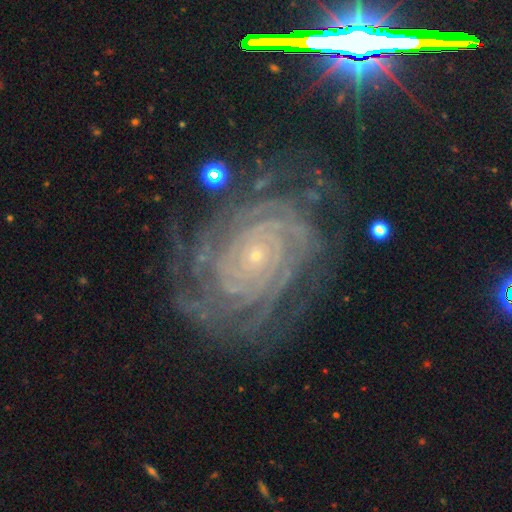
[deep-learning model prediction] smooth_or_featured: featured or disk (p=0.84) [alt: star or artifact p=0.10]
disk_edge_on: no (p=0.96) [alt: yes p=0.04]
bar: no (p=0.76) [alt: weak p=0.16]
has_spiral_arms: yes (p=0.97) [alt: no p=0.03]
spiral_winding: tight (p=0.82) [alt: medium p=0.14]
spiral_arm_count: can't tell (p=0.32) [alt: more than 4 p=0.18]
bulge_size: small (p=0.86) [alt: moderate p=0.10]
merging: none (p=0.75) [alt: minor disturbance p=0.16]